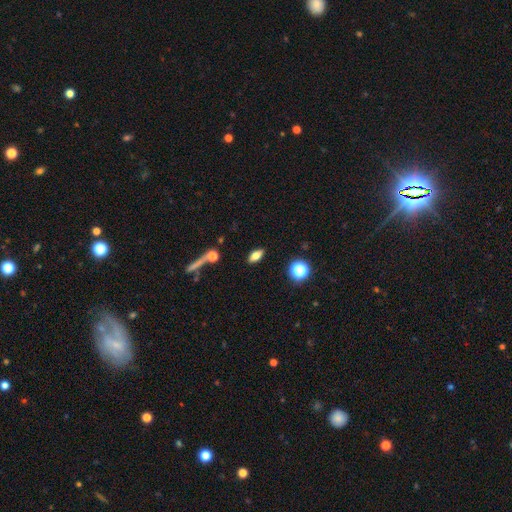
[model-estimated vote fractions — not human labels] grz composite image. It shows a smooth galaxy with no disk features (72%) that is in between round and cigar-shaped (78%). Merging: none (85%).